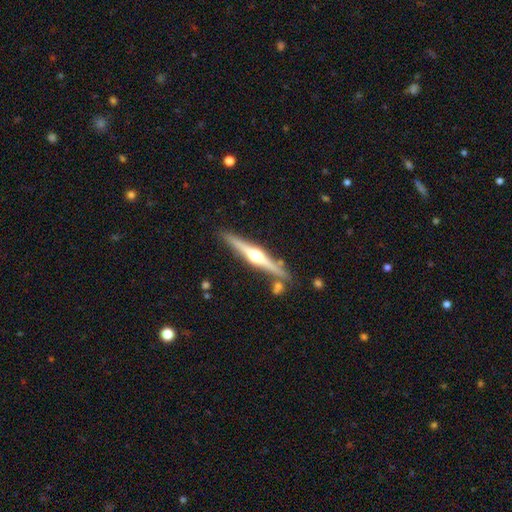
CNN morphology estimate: Smooth or featured: featured or disk — 78% (smooth — 17%)
Edge-on disk: yes — 98% (no — 2%)
Edge-on bulge: rounded — 95% (boxy — 3%)
Merging: none — 85% (minor disturbance — 9%)